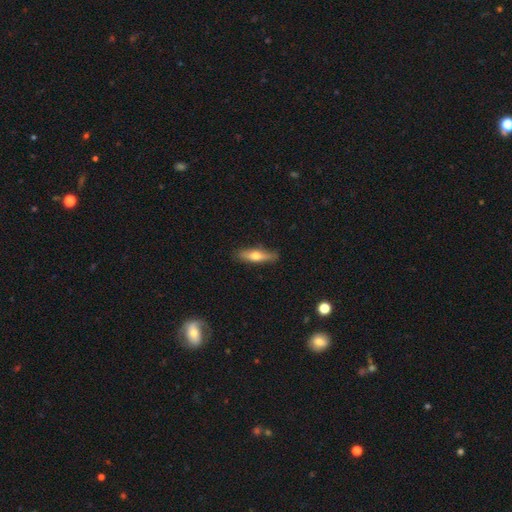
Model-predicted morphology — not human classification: A smooth galaxy with no disk features (55%) that is cigar-shaped (66%). Merging: none (82%).